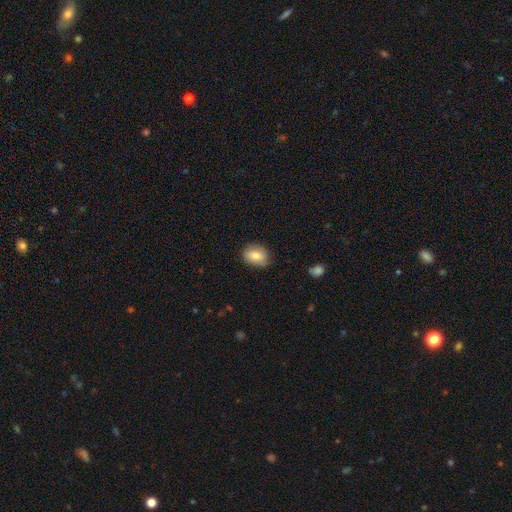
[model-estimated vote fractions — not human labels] Morphology: type=smooth (80%); roundness=in between (63%); merging=none (78%).